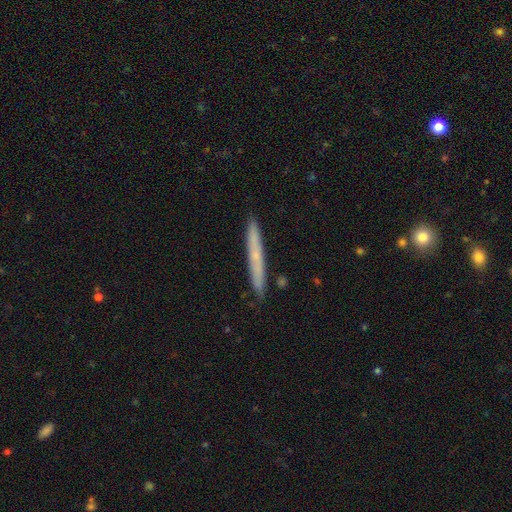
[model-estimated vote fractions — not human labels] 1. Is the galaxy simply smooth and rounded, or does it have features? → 55% smooth, 39% featured or disk, 7% star or artifact.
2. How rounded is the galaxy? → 96% cigar-shaped, 3% in between, 1% round.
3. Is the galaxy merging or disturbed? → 89% none, 8% minor disturbance, 1% major disturbance, 1% merger.